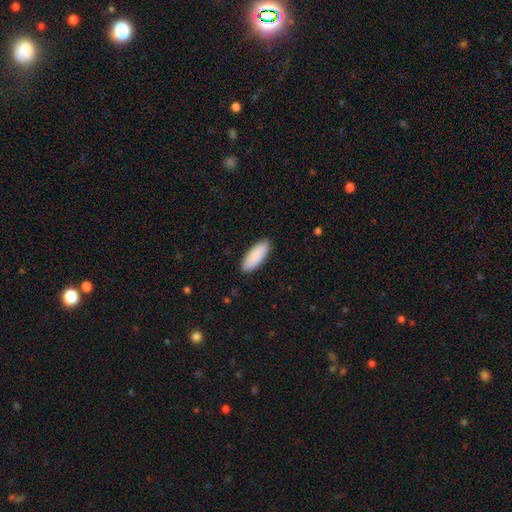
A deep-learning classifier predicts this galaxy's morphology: A smooth galaxy with no disk features (89%) that is in between round and cigar-shaped (75%). Merging: none (89%).